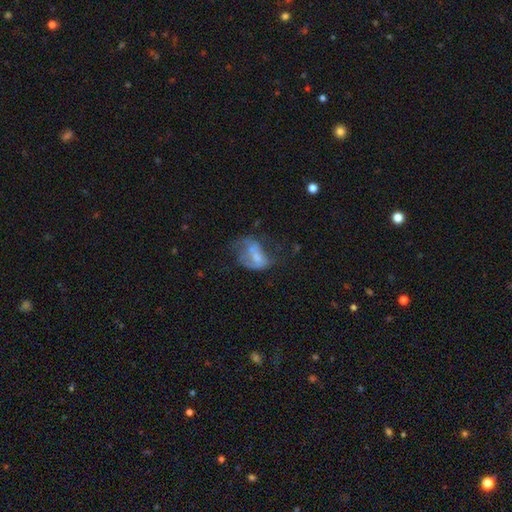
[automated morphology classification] The model was most divided on "smooth or featured": featured or disk: 50%, smooth: 38%, star or artifact: 12%. Remaining: merging — major disturbance (43%).